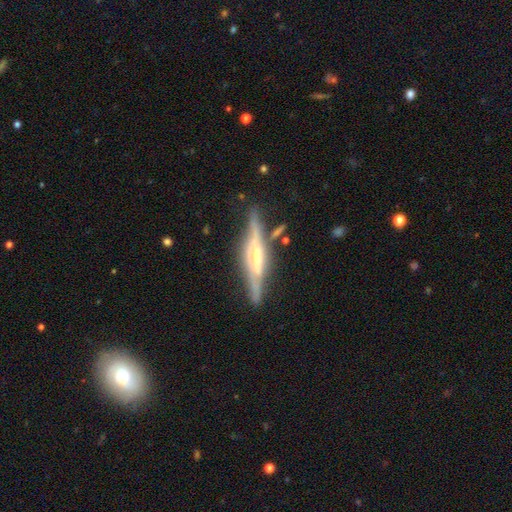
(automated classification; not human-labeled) This appears to be a featured or disk galaxy (82%) viewed edge-on (95%) with a rounded central bulge (60%). Merging: none (80%).